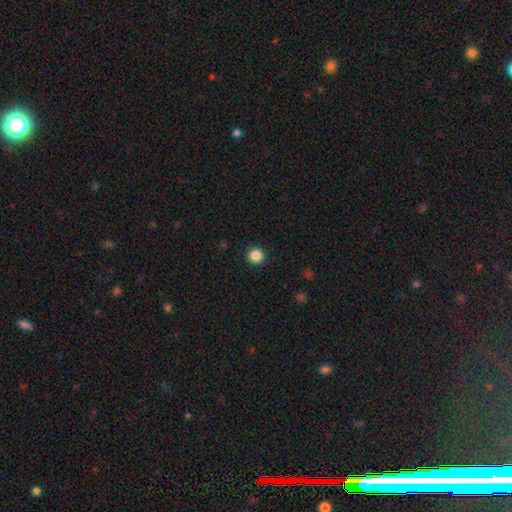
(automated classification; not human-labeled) Q: Smooth or featured?
A: smooth (86%); runner-up: star or artifact (11%)
Q: How rounded?
A: round (96%); runner-up: in between (3%)
Q: Merging?
A: none (93%); runner-up: minor disturbance (4%)